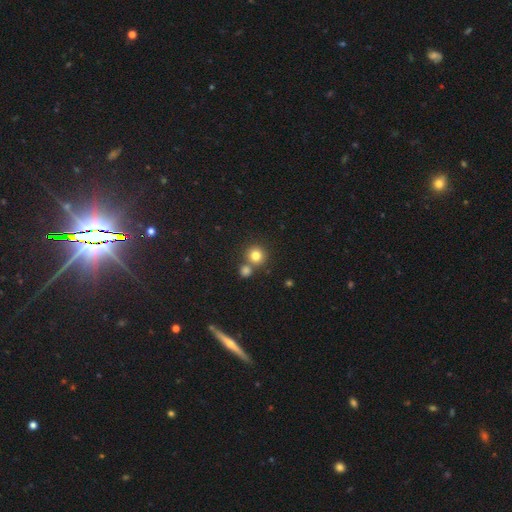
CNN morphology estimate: Smooth or featured?
  - smooth: 80% *
  - star or artifact: 13%
  - featured or disk: 7%
How rounded?
  - round: 92% *
  - in between: 7%
  - cigar-shaped: 1%
Merging?
  - none: 66% *
  - merger: 25%
  - minor disturbance: 7%
  - major disturbance: 2%